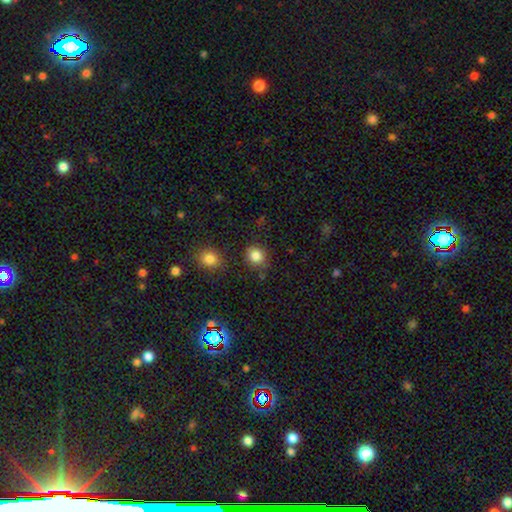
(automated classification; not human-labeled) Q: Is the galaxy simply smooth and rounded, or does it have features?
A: smooth — 85%.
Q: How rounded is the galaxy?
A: round — 79%.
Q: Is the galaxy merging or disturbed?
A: none — 80%.